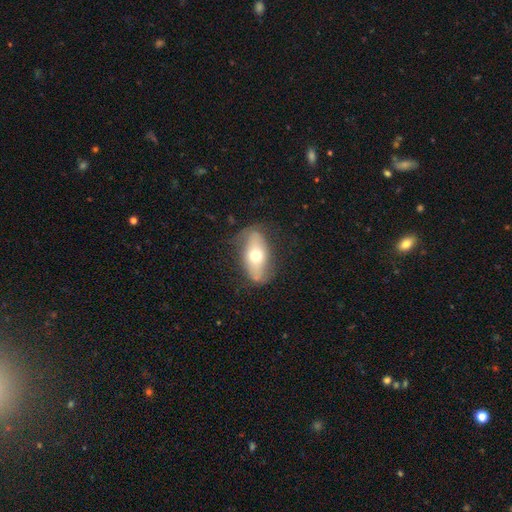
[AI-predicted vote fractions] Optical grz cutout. It shows a smooth galaxy with no disk features (47%). Merging: none (69%).